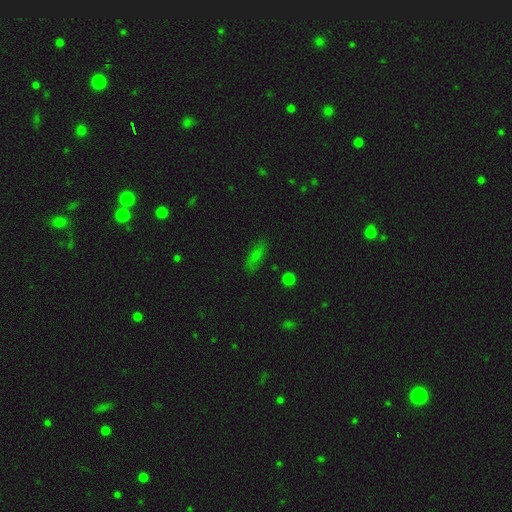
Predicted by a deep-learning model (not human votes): This appears to be a smooth galaxy with no disk features (72%) that is in between round and cigar-shaped (58%). Merging: none (78%).